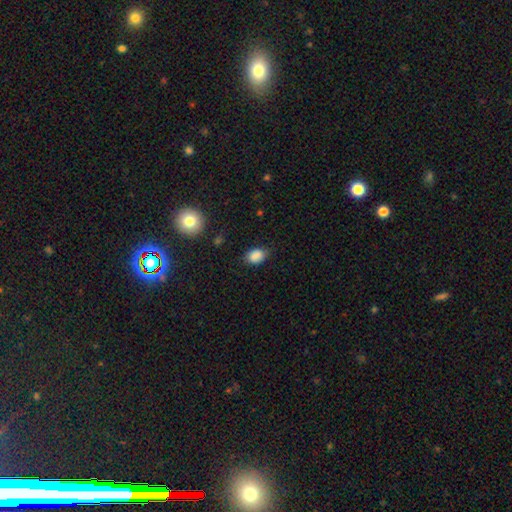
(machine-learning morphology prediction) This appears to be a smooth galaxy with no disk features (86%) that is in between round and cigar-shaped (79%). Merging: none (76%).